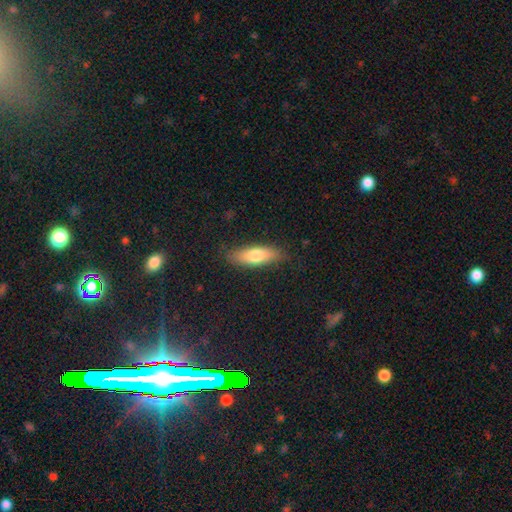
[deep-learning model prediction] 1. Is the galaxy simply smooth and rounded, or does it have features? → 74% smooth, 20% featured or disk, 6% star or artifact.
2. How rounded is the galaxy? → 54% in between, 44% cigar-shaped, 2% round.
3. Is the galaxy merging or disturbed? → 84% none, 12% minor disturbance, 3% major disturbance, 1% merger.